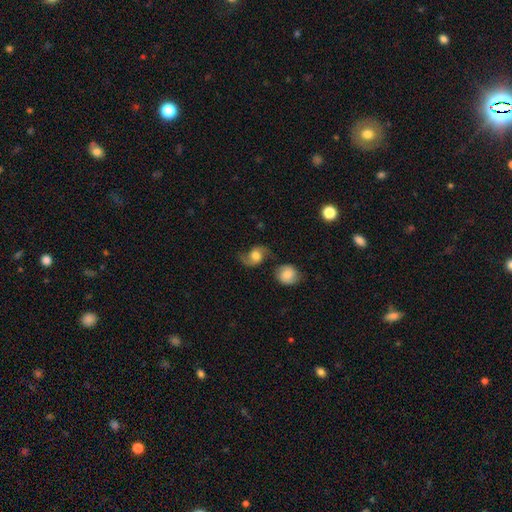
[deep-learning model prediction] A featured or disk galaxy (63%) with no bar (59%), 2 (91%) loose (61%) spiral arms (91%) and a moderate central bulge (55%). Merging: none (64%).